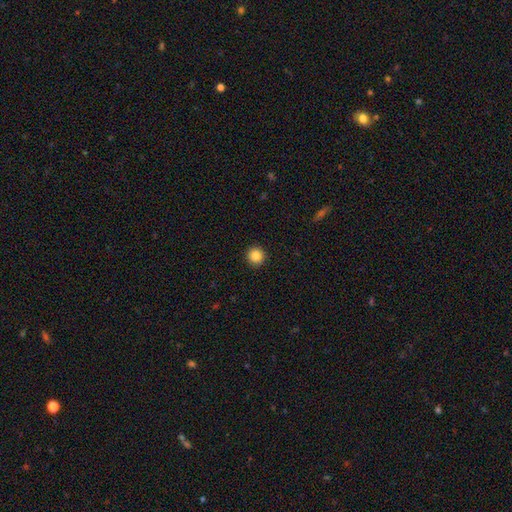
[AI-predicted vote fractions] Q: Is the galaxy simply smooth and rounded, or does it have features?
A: smooth — 86%.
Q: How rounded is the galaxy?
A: round — 95%.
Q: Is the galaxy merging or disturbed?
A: none — 93%.